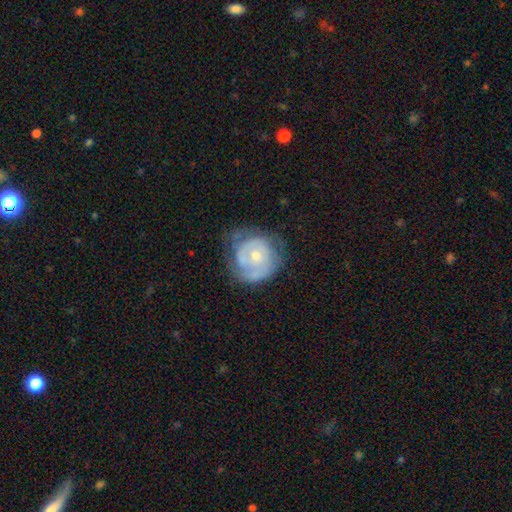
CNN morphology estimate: Overall: featured or disk (70%). Edge-on disk: no (98%). Bar: no (79%). Spiral arms: yes (73%). Bulge size: small (50%; moderate 46%). Merging: none (57%; minor disturbance 26%).